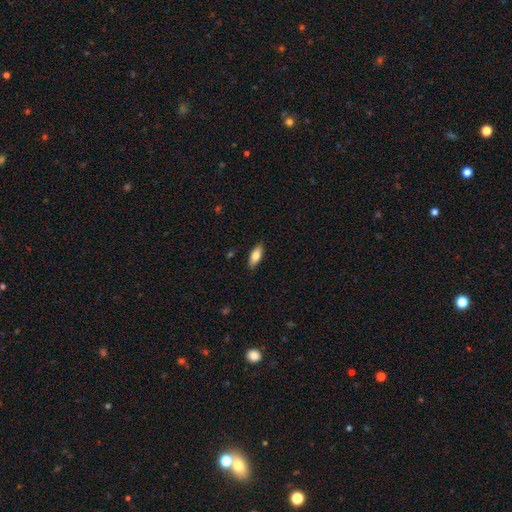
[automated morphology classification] This appears to be a smooth galaxy with no disk features (78%) that is in between round and cigar-shaped (75%). Merging: none (88%).